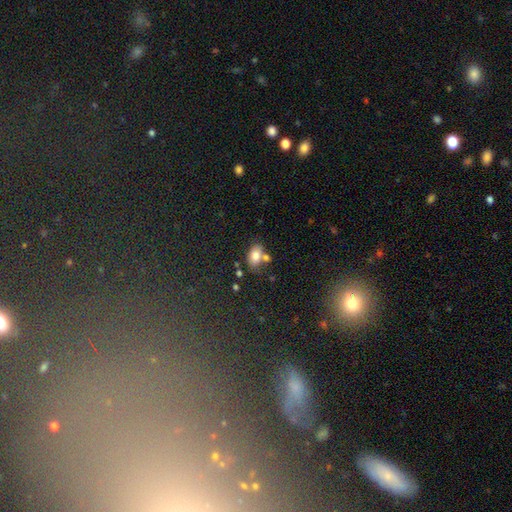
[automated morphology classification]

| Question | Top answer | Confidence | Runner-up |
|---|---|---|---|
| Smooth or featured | smooth | 77% | featured or disk (13%) |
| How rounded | in between | 87% | round (12%) |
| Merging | none | 56% | merger (26%) |